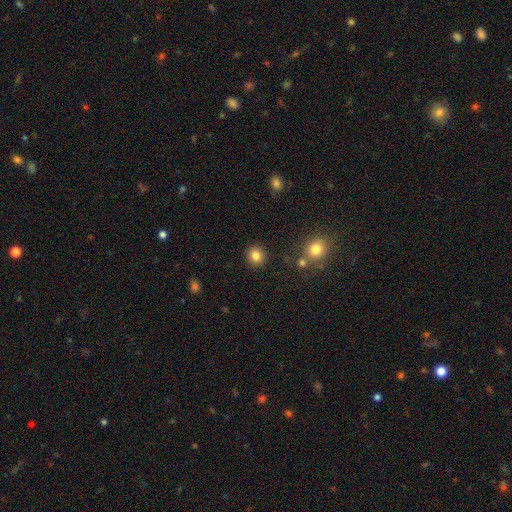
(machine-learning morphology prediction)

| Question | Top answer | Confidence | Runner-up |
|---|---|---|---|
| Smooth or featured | smooth | 84% | star or artifact (11%) |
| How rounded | round | 86% | in between (13%) |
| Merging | none | 88% | minor disturbance (7%) |